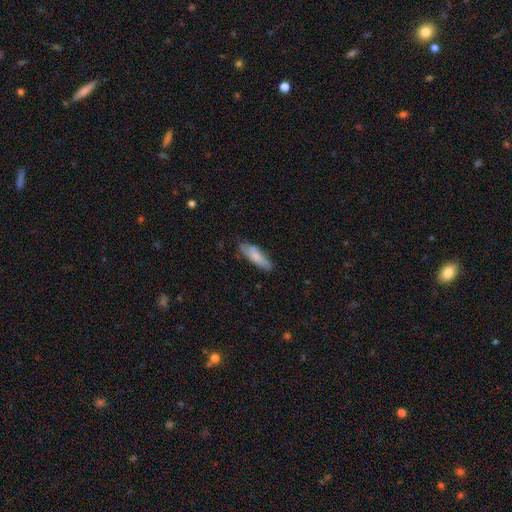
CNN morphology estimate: A smooth galaxy with no disk features (72%) that is cigar-shaped (53%). Merging: none (67%).